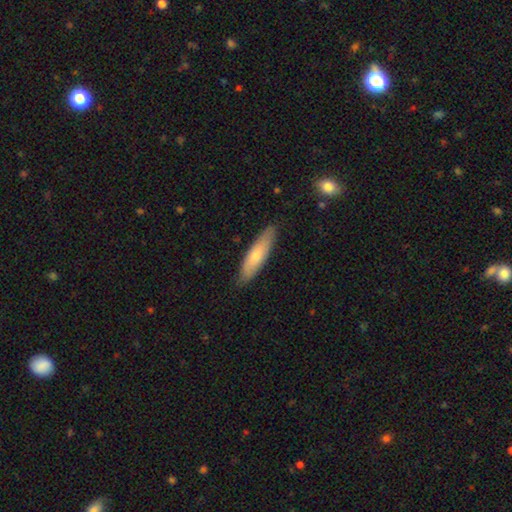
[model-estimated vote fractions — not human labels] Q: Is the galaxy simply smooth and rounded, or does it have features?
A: smooth — 66%.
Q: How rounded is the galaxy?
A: cigar-shaped — 72%.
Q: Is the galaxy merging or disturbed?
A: none — 86%.